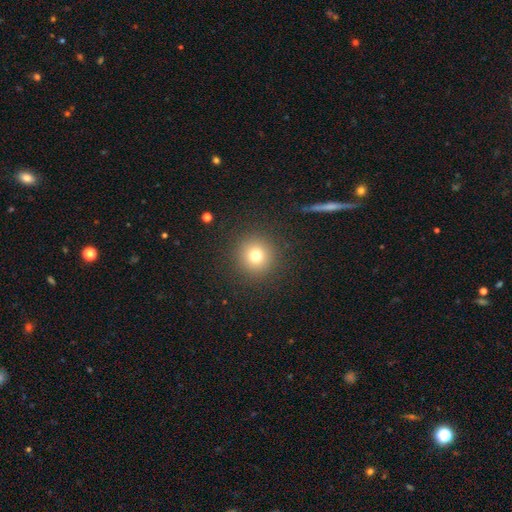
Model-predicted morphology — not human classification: type=smooth (75%); roundness=round (94%); merging=none (90%).